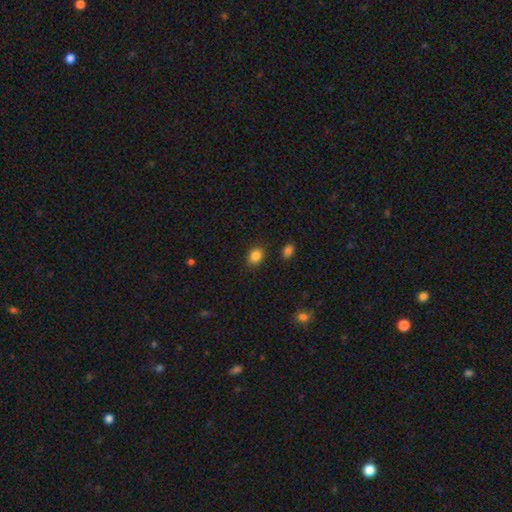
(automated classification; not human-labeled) A smooth galaxy with no disk features (85%) that is in between round and cigar-shaped (62%).

Vote fractions:
- Smooth or featured? smooth: 85% / star or artifact: 10% / featured or disk: 5%
- How rounded? in between: 62% / round: 36% / cigar-shaped: 1%
- Merging? none: 85% / minor disturbance: 10% / major disturbance: 3% / merger: 2%